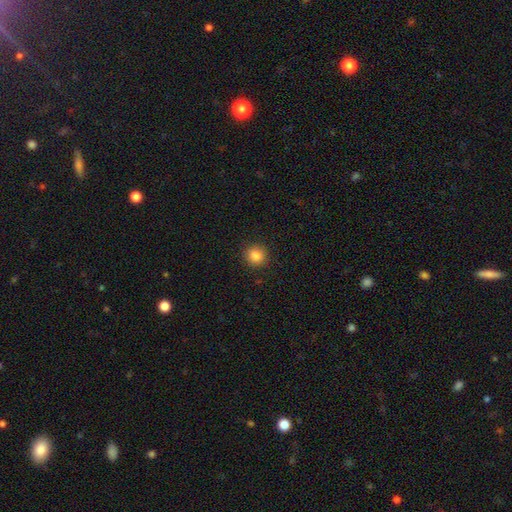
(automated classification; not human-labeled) Smooth or featured: smooth — 85% (star or artifact — 11%)
How rounded: round — 89% (in between — 10%)
Merging: none — 90% (minor disturbance — 7%)